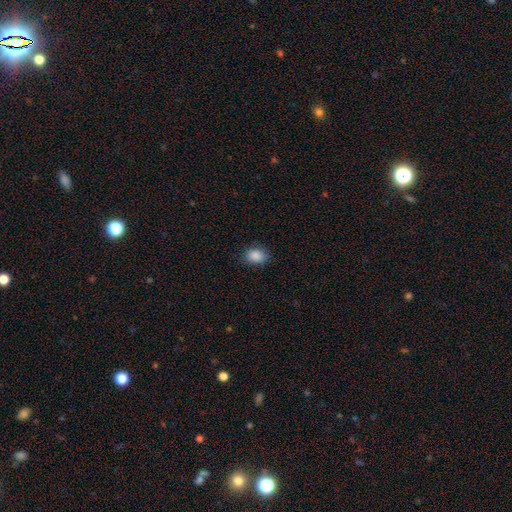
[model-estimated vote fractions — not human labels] smooth_or_featured: smooth (p=0.88) [alt: star or artifact p=0.09]
how_rounded: in between (p=0.63) [alt: round p=0.36]
merging: none (p=0.83) [alt: minor disturbance p=0.13]